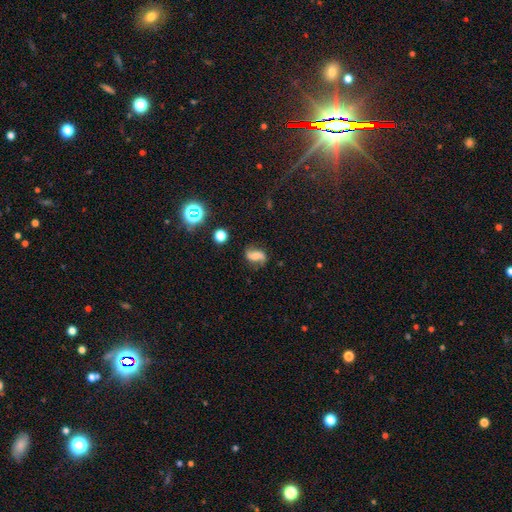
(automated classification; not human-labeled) This is likely a featured or disk galaxy (68%). It is clearly not viewed edge-on (97%). Bar: marginally no (44%). Spiral arm pattern: clearly yes (94%). Spiral arm count: clearly 2 (91%). Spiral winding: likely loose (65%). Central bulge: marginally moderate (43%). Merging: likely none (75%).